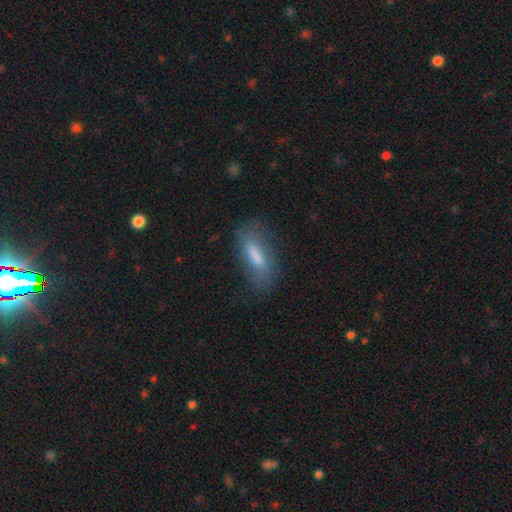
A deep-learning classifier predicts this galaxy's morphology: smooth 62%, featured or disk 28%, star or artifact 9%. Down the decision tree: how rounded — cigar-shaped (51%); merging — none (67%).